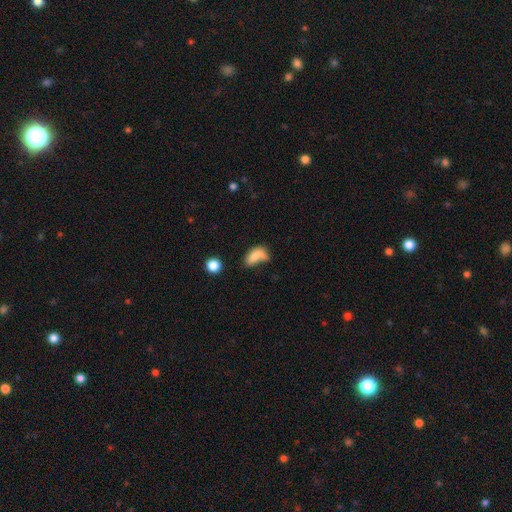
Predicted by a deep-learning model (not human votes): This is likely a smooth galaxy (72%). How rounded: clearly in between (86%). Merging: marginally major disturbance (29%, tied with none).